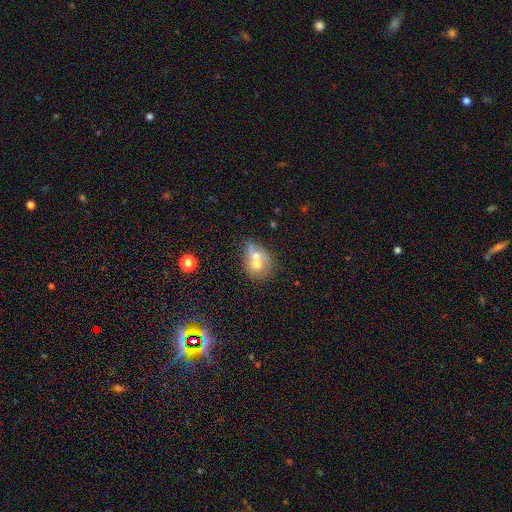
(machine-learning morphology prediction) Smooth or featured? smooth (59%)
How rounded? round (55%)
Merging? merger (64%)